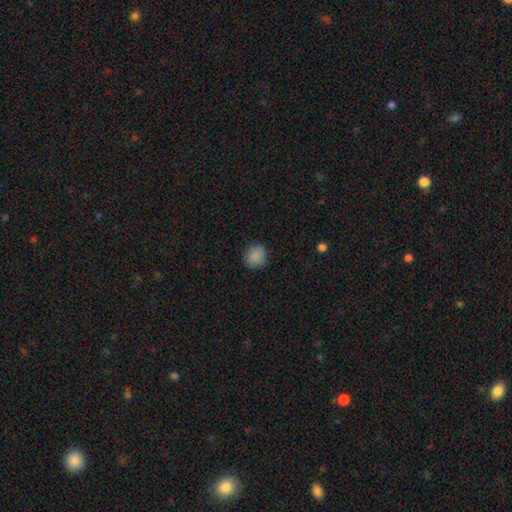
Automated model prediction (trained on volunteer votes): A smooth galaxy with no disk features (88%) that is round (86%).

Vote fractions:
- Smooth or featured? smooth: 88% / star or artifact: 9% / featured or disk: 4%
- How rounded? round: 86% / in between: 13% / cigar-shaped: 1%
- Merging? none: 86% / minor disturbance: 10% / major disturbance: 2% / merger: 1%